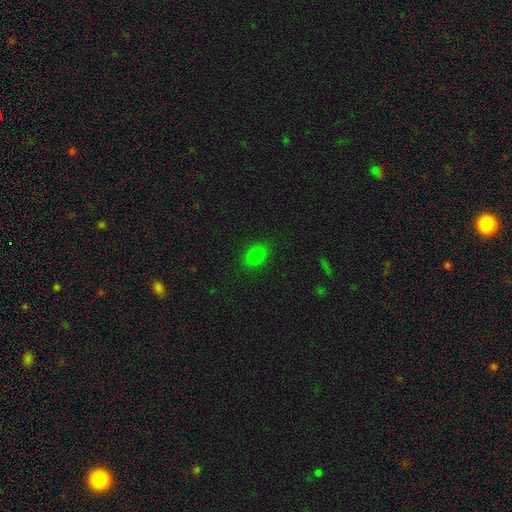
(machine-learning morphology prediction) smooth-or-featured: smooth: 80% | star or artifact: 14% | featured or disk: 6%
  how-rounded: in between: 73% | round: 25% | cigar-shaped: 2%
  merging: none: 87% | minor disturbance: 10% | major disturbance: 3% | merger: 1%